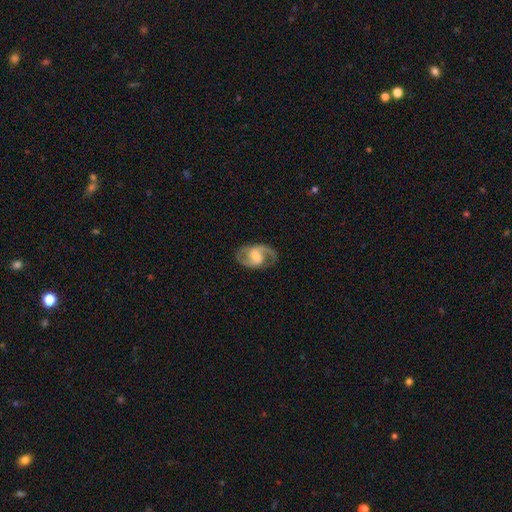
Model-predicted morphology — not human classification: A featured or disk galaxy (86%) with a weak bar (52%), 2 (90%) medium (58%) spiral arms (95%) and a moderate central bulge (54%). Merging: none (79%).